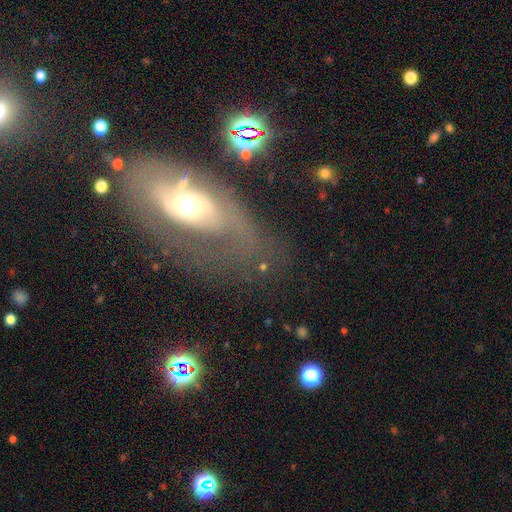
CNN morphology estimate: smooth-or-featured: featured or disk: 66% | smooth: 23% | star or artifact: 11%
  disk-edge-on: no: 87% | yes: 13%
    bar: no: 70% | weak: 21% | strong: 8%
    has-spiral-arms: yes: 58% | no: 42%
    bulge-size: moderate: 63% | small: 24% | large: 10% | dominant: 2% | none: 2%
  merging: none: 54% | minor disturbance: 21% | major disturbance: 20% | merger: 5%